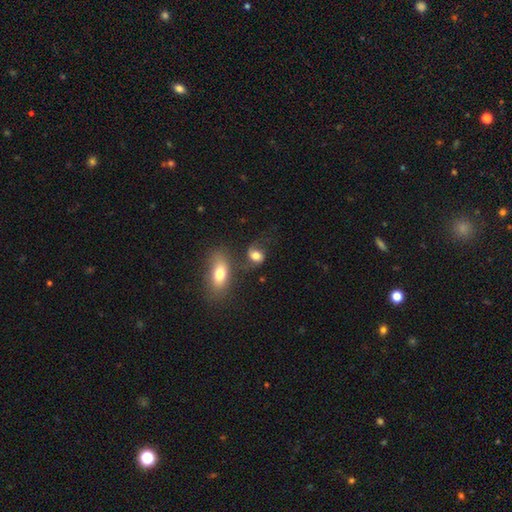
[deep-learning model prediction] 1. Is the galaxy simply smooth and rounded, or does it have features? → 59% smooth, 30% featured or disk, 10% star or artifact.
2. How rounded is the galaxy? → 63% in between, 35% round, 2% cigar-shaped.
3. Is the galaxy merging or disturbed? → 45% none, 20% minor disturbance, 18% merger, 17% major disturbance.